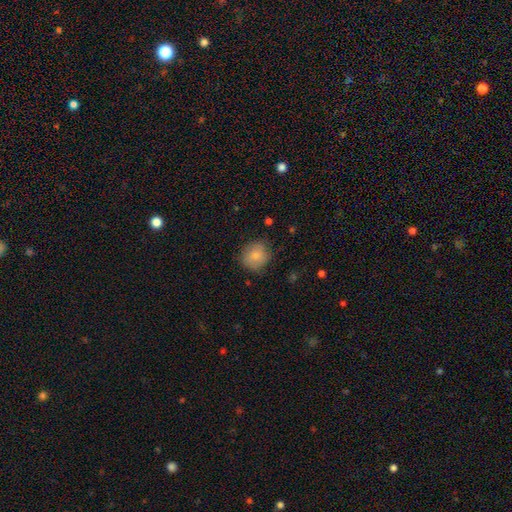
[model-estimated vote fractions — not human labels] This appears to be a smooth galaxy with no disk features (84%) that is round (83%). Merging: none (76%).